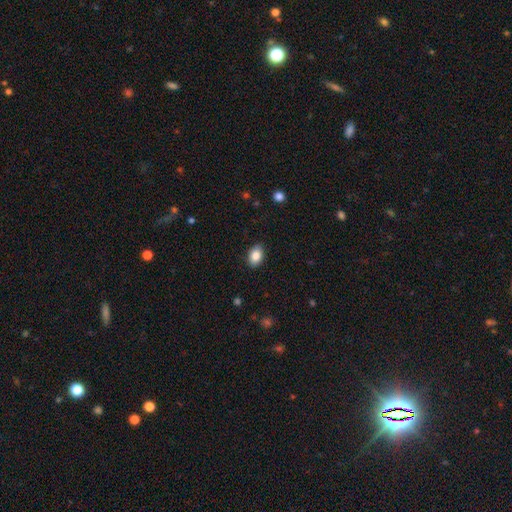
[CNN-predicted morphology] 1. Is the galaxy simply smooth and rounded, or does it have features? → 86% smooth, 8% star or artifact, 6% featured or disk.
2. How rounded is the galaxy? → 85% in between, 13% round, 1% cigar-shaped.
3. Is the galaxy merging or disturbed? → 86% none, 10% minor disturbance, 2% major disturbance, 1% merger.